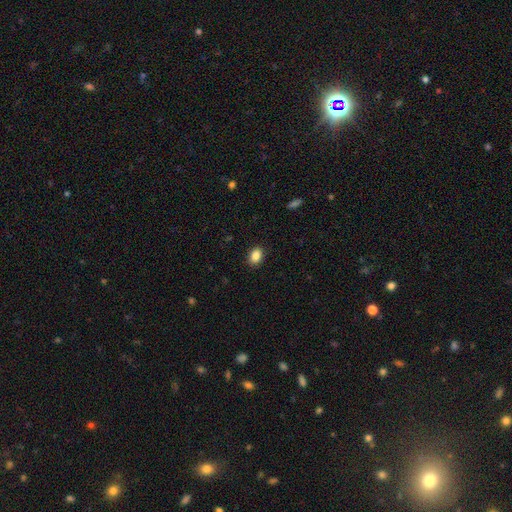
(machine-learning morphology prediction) smooth 87%, star or artifact 9%, featured or disk 4%. Down the decision tree: how rounded — in between (75%); merging — none (90%).